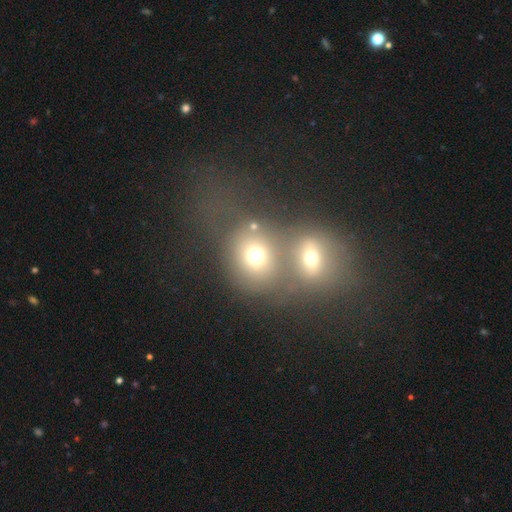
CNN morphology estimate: Smooth or featured? smooth (67%)
How rounded? round (66%)
Merging? merger (60%)